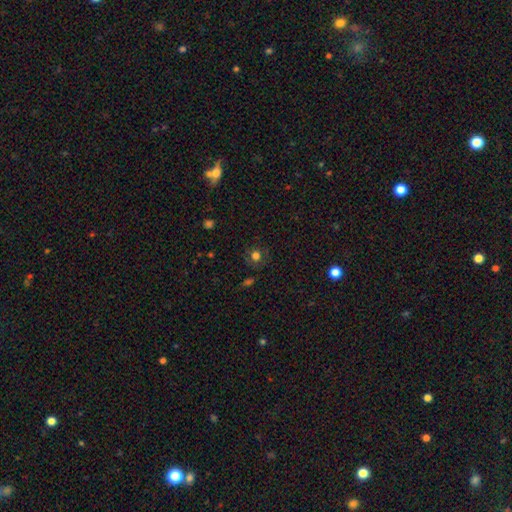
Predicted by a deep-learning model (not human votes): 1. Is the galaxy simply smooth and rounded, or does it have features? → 68% smooth, 20% star or artifact, 12% featured or disk.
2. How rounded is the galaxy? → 85% round, 14% in between, 1% cigar-shaped.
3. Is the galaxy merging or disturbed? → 78% none, 13% minor disturbance, 6% major disturbance, 3% merger.